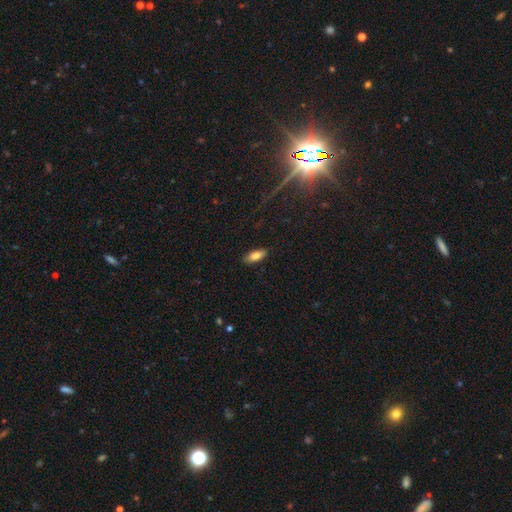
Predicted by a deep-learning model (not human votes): smooth-or-featured: smooth: 76% | featured or disk: 16% | star or artifact: 8%
  how-rounded: in between: 76% | cigar-shaped: 22% | round: 3%
  merging: none: 87% | minor disturbance: 10% | major disturbance: 2% | merger: 1%